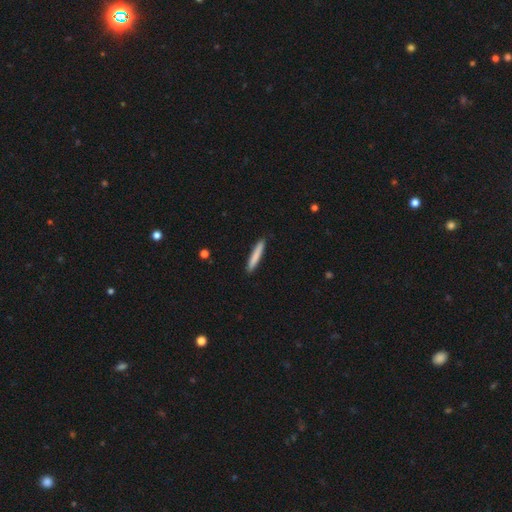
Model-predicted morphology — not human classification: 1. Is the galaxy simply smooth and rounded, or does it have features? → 82% smooth, 13% featured or disk, 5% star or artifact.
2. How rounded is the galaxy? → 95% cigar-shaped, 4% in between, 1% round.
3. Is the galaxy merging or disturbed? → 91% none, 6% minor disturbance, 1% major disturbance, 1% merger.